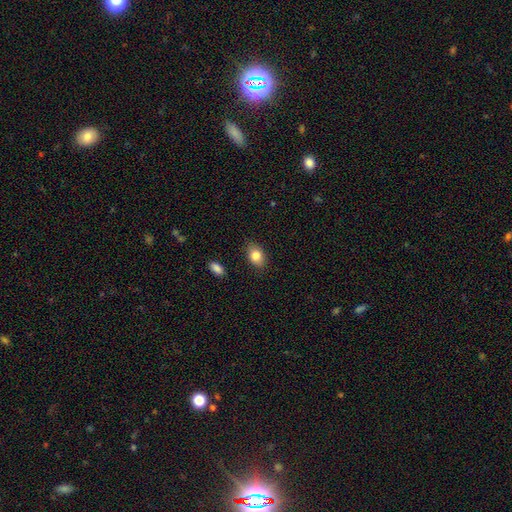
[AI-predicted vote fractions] The model was most divided on "how rounded": in between: 83%, round: 16%, cigar-shaped: 1%. More confident: merging — none (85%); smooth or featured — smooth (83%).